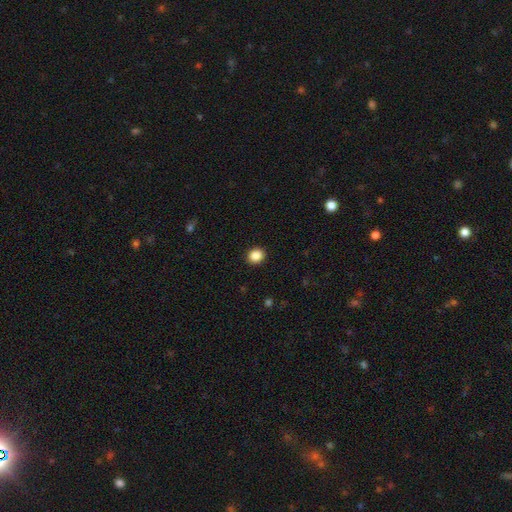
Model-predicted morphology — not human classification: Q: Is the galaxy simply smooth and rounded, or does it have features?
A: smooth — 87%.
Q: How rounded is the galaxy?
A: round — 80%.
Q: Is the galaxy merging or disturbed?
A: none — 92%.